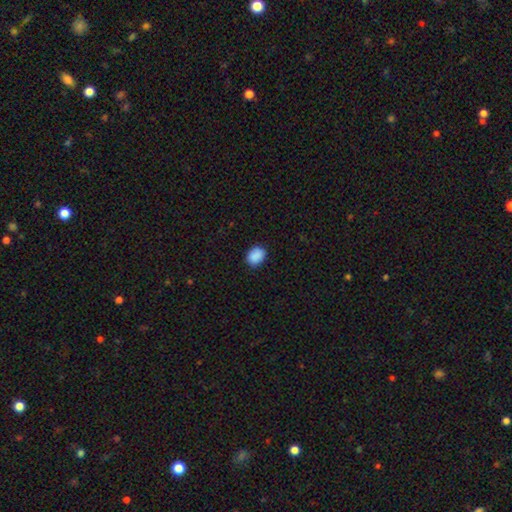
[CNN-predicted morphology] A smooth galaxy with no disk features (89%) that is in between round and cigar-shaped (58%). Merging: none (84%).